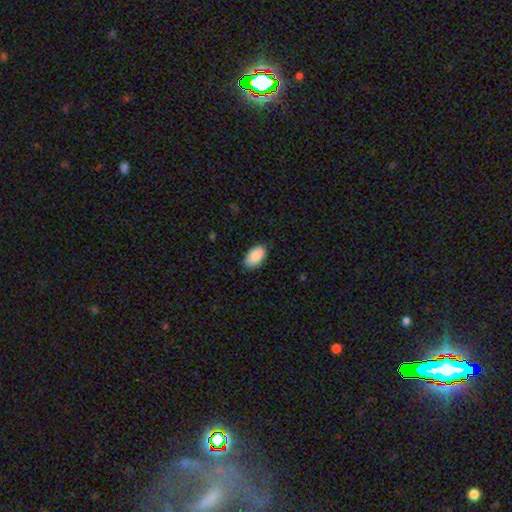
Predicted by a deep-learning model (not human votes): Smooth or featured? Predicted: smooth (p=0.91). How rounded? Predicted: in between (p=0.95). Merging? Predicted: none (p=0.84).